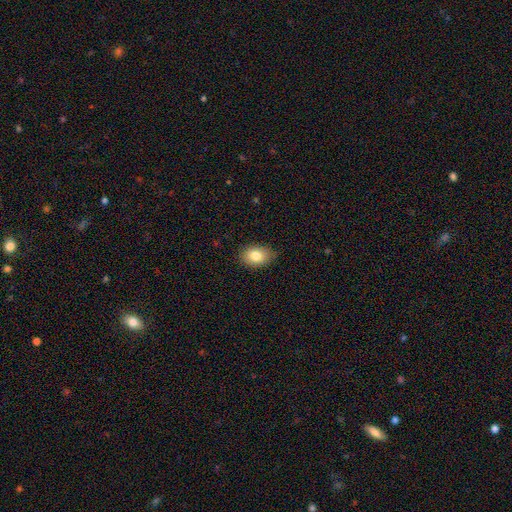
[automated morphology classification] Smooth or featured?
  - smooth: 83% *
  - featured or disk: 9%
  - star or artifact: 8%
How rounded?
  - in between: 79% *
  - round: 20%
  - cigar-shaped: 1%
Merging?
  - none: 81% *
  - minor disturbance: 16%
  - major disturbance: 3%
  - merger: 1%